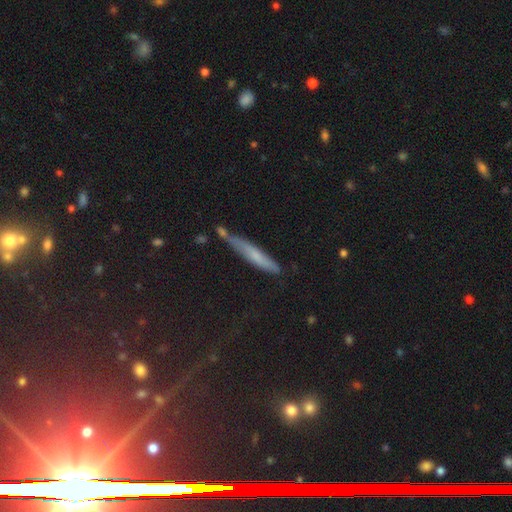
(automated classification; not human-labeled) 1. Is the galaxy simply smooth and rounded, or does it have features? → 58% smooth, 29% featured or disk, 13% star or artifact.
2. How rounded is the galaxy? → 91% cigar-shaped, 7% in between, 2% round.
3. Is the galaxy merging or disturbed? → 63% none, 23% minor disturbance, 8% merger, 6% major disturbance.